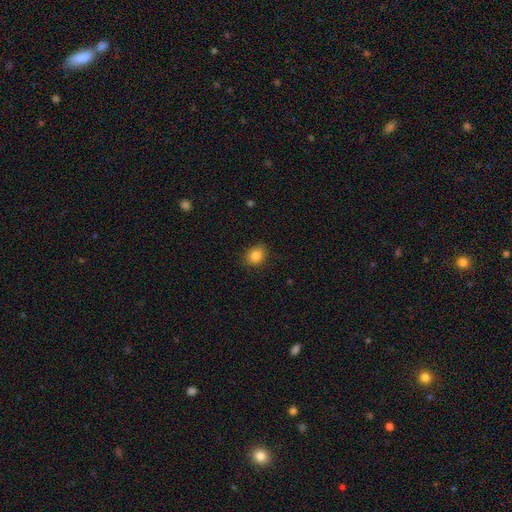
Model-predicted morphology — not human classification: smooth 84%, star or artifact 10%, featured or disk 6%. Down the decision tree: how rounded — in between (50%); merging — none (86%).